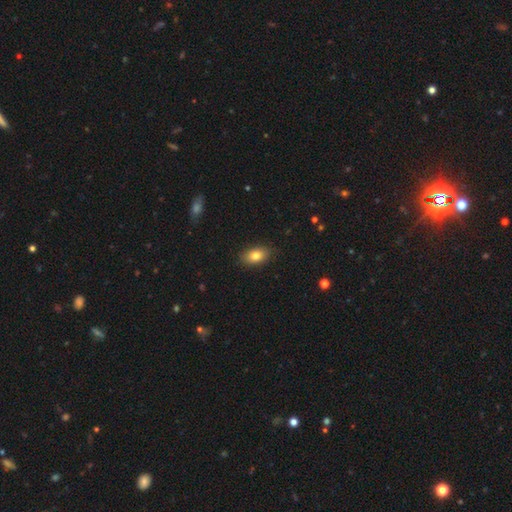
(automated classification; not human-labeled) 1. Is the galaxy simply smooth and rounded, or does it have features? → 80% smooth, 11% featured or disk, 9% star or artifact.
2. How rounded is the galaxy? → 87% in between, 10% round, 3% cigar-shaped.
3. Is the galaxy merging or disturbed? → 87% none, 10% minor disturbance, 2% major disturbance, 1% merger.